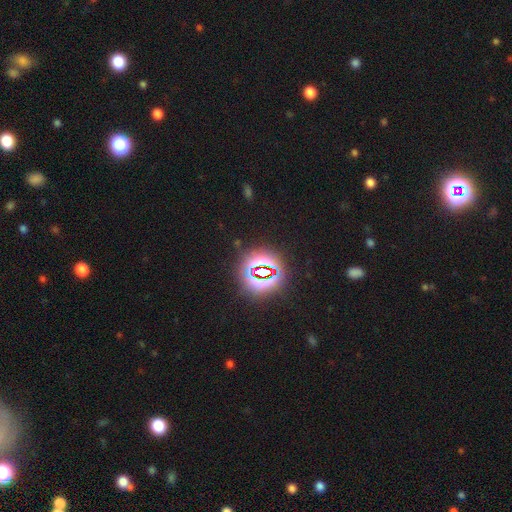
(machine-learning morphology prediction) Overall: star or artifact (80%).